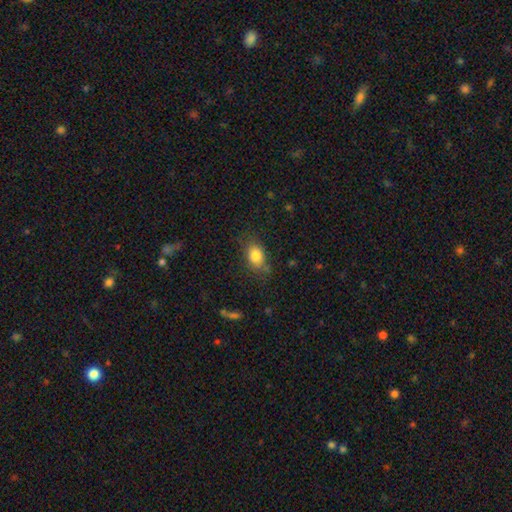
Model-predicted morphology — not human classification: smooth_or_featured: smooth (p=0.82) [alt: star or artifact p=0.09]
how_rounded: in between (p=0.75) [alt: round p=0.23]
merging: none (p=0.71) [alt: minor disturbance p=0.21]